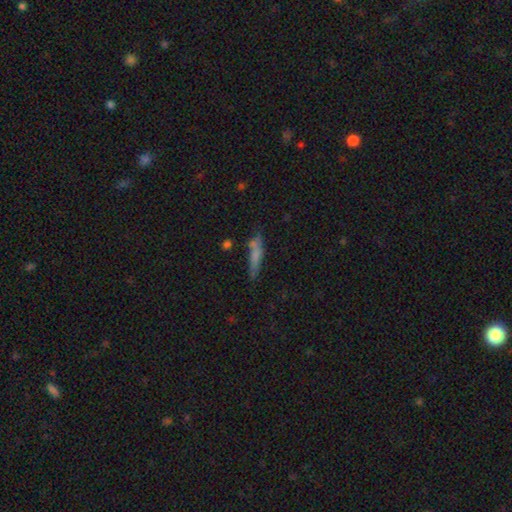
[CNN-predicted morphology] Overall: smooth (64%; featured or disk 26%). How rounded: cigar-shaped (84%). Merging: none (66%).